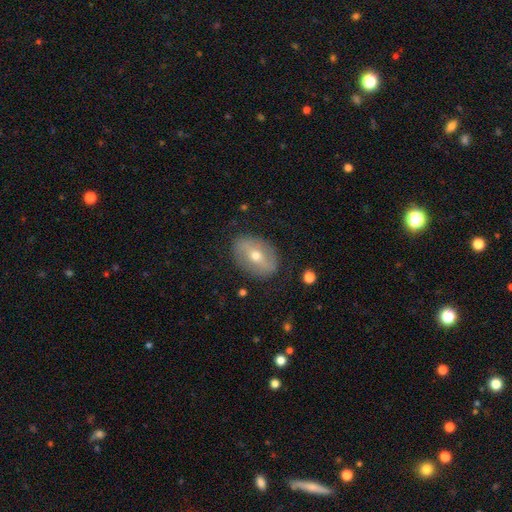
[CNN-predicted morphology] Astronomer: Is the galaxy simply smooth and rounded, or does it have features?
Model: featured or disk — 58% (runner-up: smooth, 35%).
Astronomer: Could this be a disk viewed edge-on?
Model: no — 88%.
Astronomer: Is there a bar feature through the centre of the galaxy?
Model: strong — 46% (runner-up: weak, 32%).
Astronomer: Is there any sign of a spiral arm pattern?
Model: no — 67%.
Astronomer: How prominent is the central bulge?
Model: moderate — 61%.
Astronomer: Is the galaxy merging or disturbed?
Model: none — 83%.